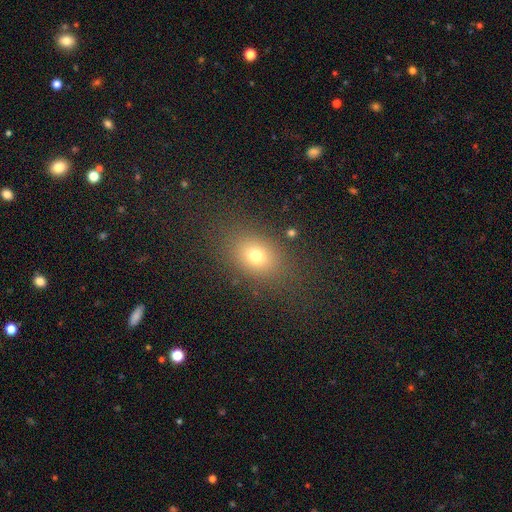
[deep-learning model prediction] smooth_or_featured: smooth (p=0.74) [alt: star or artifact p=0.15]
how_rounded: in between (p=0.66) [alt: round p=0.32]
merging: none (p=0.81) [alt: minor disturbance p=0.11]